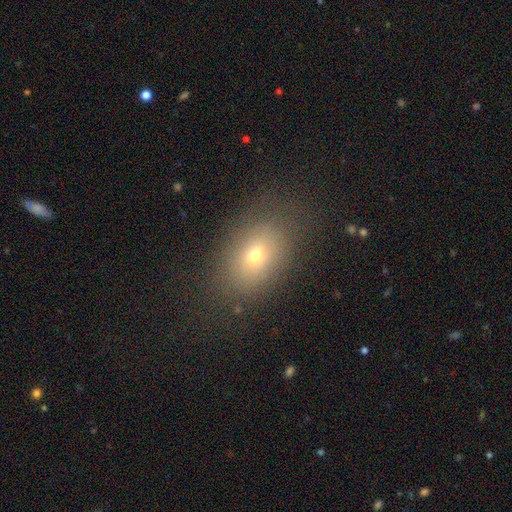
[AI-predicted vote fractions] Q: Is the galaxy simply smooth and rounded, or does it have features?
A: smooth — 67%.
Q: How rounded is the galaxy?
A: in between — 74%.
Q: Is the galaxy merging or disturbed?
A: none — 77%.